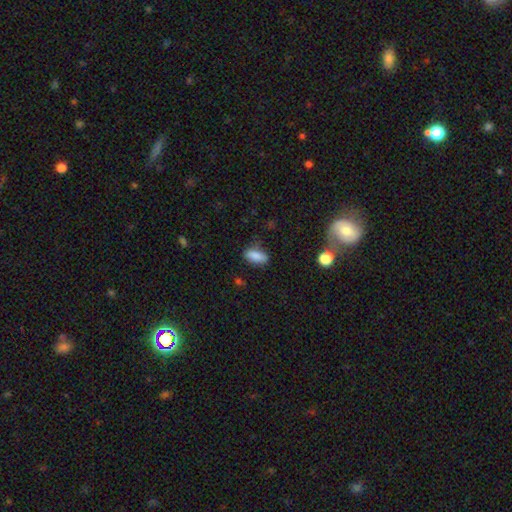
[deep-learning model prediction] The model was most divided on "merging": none: 74%, minor disturbance: 19%, major disturbance: 4%, merger: 2%. More confident: how rounded — in between (84%); smooth or featured — smooth (83%).